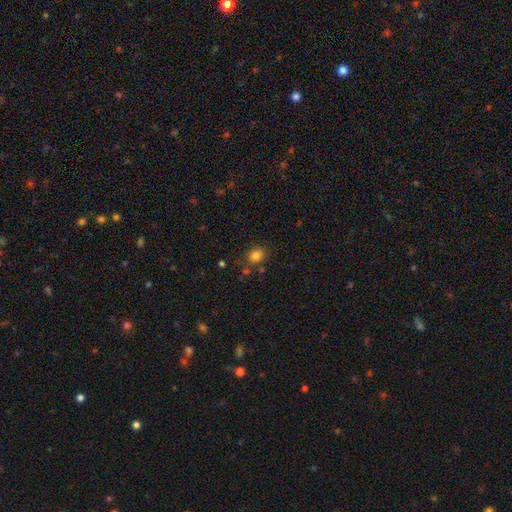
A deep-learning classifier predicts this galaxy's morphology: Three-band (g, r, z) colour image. It shows a smooth galaxy with no disk features (81%) that is in between round and cigar-shaped (50%). Merging: none (74%).